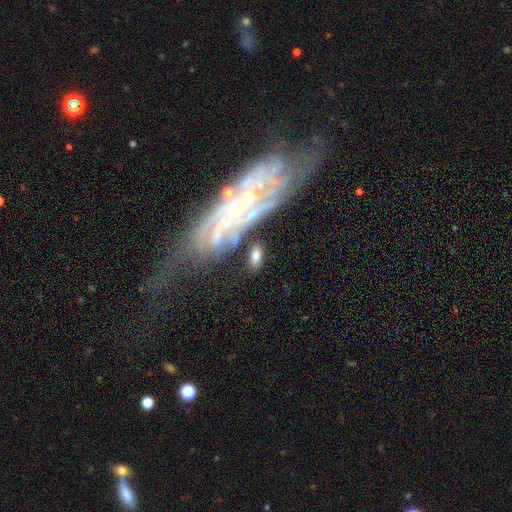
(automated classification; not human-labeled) Smooth or featured? Predicted: smooth (p=0.64). How rounded? Predicted: in between (p=0.87). Merging? Predicted: none (p=0.67).